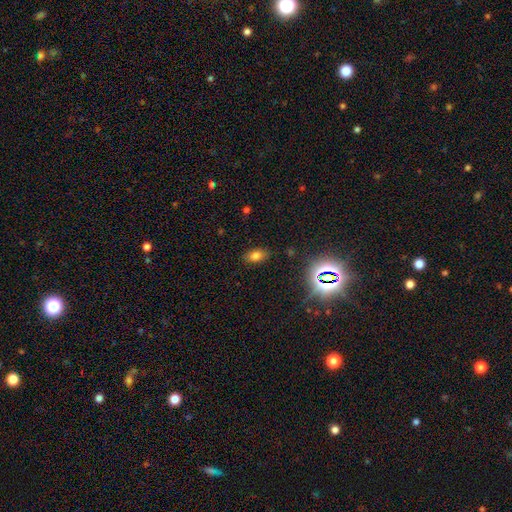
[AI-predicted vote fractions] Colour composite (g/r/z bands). It shows a smooth galaxy with no disk features (74%) that is in between round and cigar-shaped (87%). Merging: none (85%).